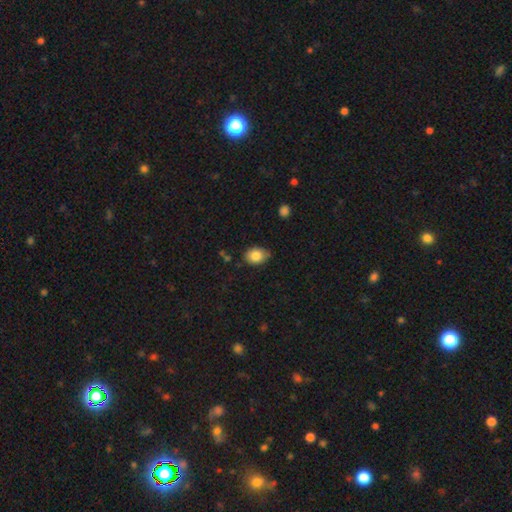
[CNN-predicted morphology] smooth_or_featured: smooth (p=0.84) [alt: star or artifact p=0.09]
how_rounded: in between (p=0.68) [alt: round p=0.31]
merging: none (p=0.74) [alt: minor disturbance p=0.21]